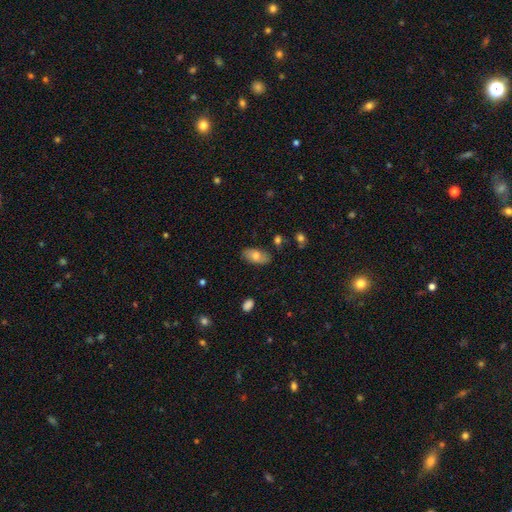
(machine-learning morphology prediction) The model was most divided on "smooth or featured": smooth: 70%, featured or disk: 23%, star or artifact: 7%. More confident: how rounded — in between (92%); merging — none (79%).